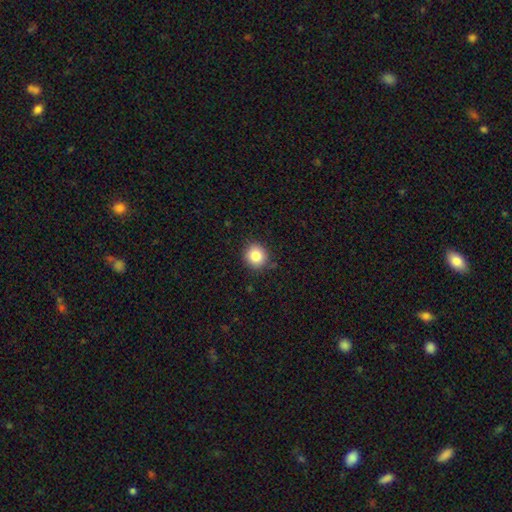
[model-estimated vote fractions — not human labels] This is clearly a smooth galaxy (84%). How rounded: clearly round (89%). Merging: clearly none (87%).